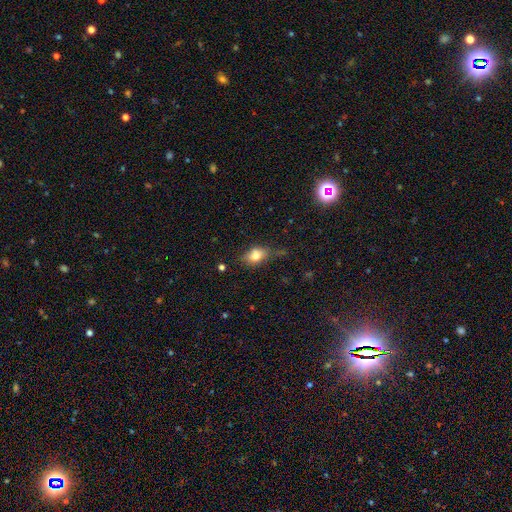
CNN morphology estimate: smooth-or-featured: smooth: 69% | featured or disk: 20% | star or artifact: 11%
  how-rounded: in between: 71% | round: 24% | cigar-shaped: 5%
  merging: none: 58% | minor disturbance: 27% | major disturbance: 10% | merger: 4%